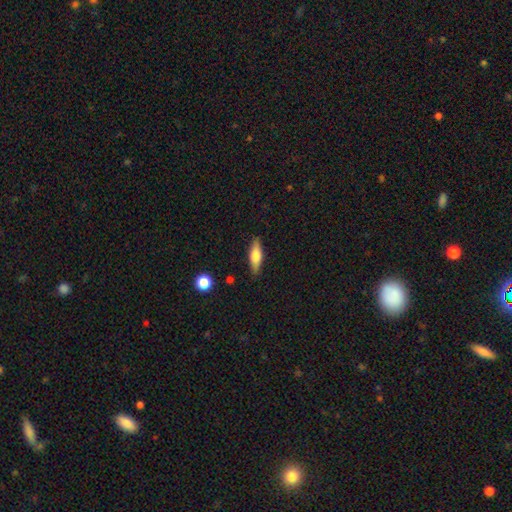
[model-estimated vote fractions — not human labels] Q: Smooth or featured?
A: smooth (61%); runner-up: featured or disk (32%)
Q: How rounded?
A: in between (51%); runner-up: cigar-shaped (46%)
Q: Merging?
A: none (86%); runner-up: minor disturbance (11%)